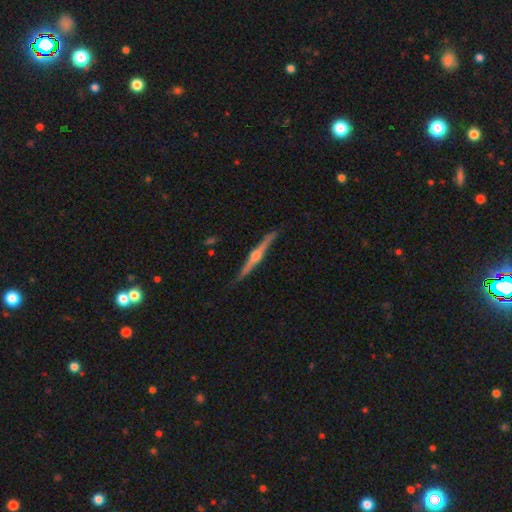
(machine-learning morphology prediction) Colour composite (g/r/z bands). It shows a featured or disk galaxy (85%) viewed edge-on (99%) with a rounded central bulge (95%). Merging: none (90%).